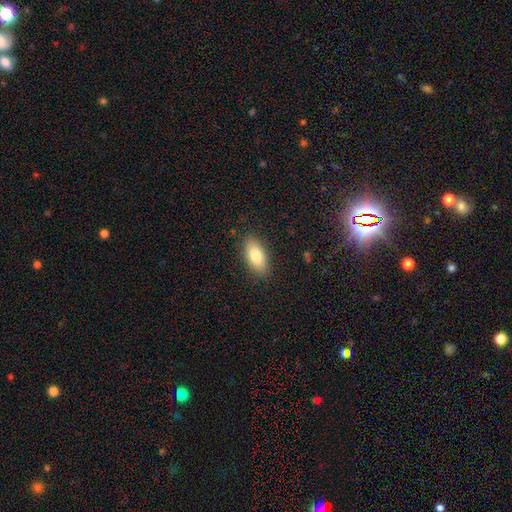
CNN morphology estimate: A smooth galaxy with no disk features (80%) that is in between round and cigar-shaped (88%). Merging: none (88%).